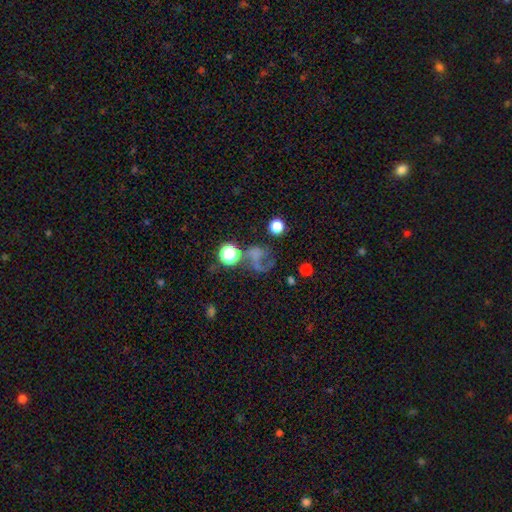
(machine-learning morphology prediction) type=smooth (46%); merging=major disturbance (40%).